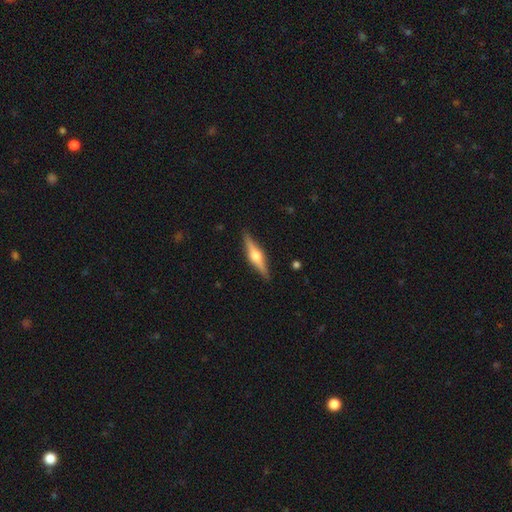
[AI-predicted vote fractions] This appears to be a featured or disk galaxy (73%) viewed edge-on (97%) with a rounded central bulge (94%). Merging: none (90%).